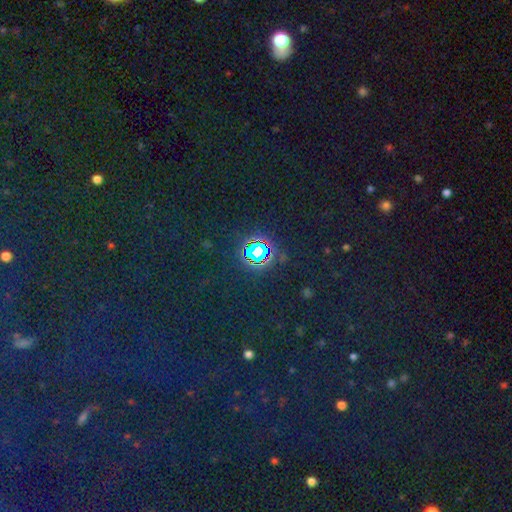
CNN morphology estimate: smooth_or_featured: star or artifact (p=0.74) [alt: smooth p=0.16]